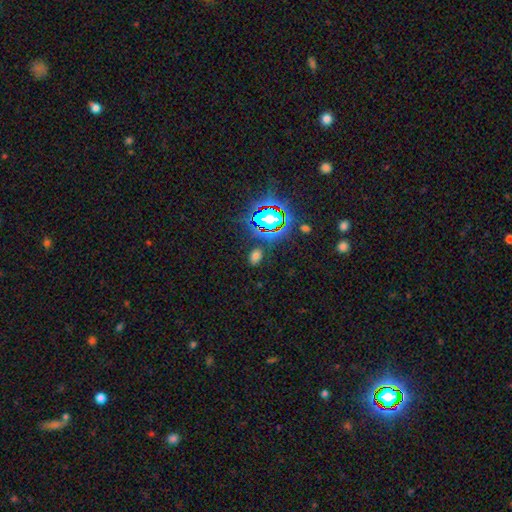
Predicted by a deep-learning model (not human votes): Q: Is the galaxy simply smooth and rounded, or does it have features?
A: smooth — 62%.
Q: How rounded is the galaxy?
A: in between — 80%.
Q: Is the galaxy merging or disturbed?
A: none — 84%.